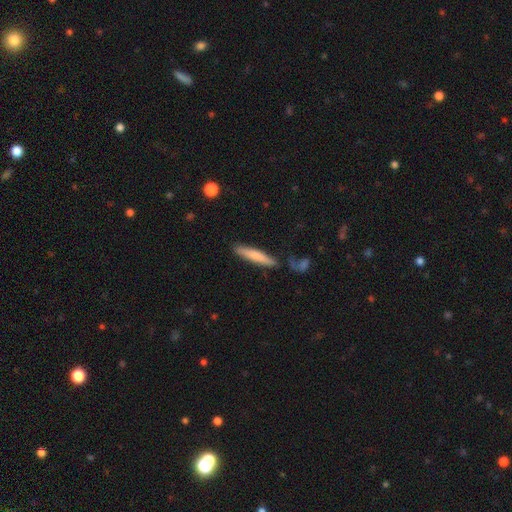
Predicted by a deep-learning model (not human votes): This appears to be a smooth galaxy with no disk features (72%) that is cigar-shaped (91%). Merging: none (82%).